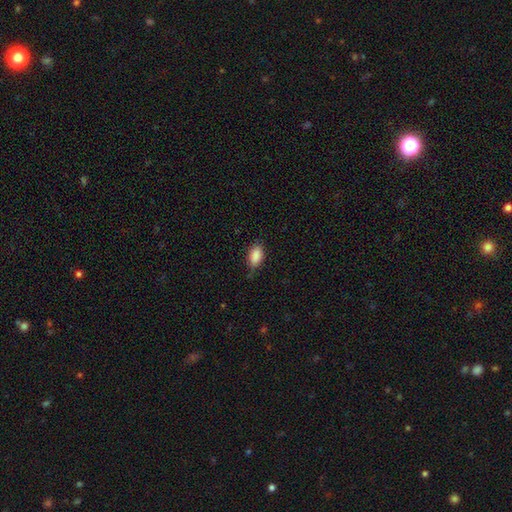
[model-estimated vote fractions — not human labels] This is clearly a smooth galaxy (88%). How rounded: clearly in between (91%). Merging: likely none (73%).